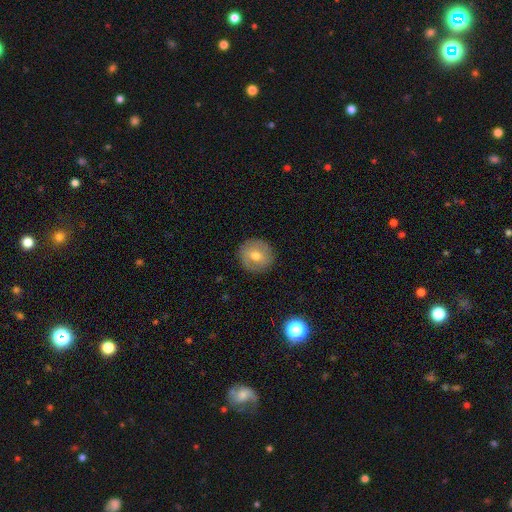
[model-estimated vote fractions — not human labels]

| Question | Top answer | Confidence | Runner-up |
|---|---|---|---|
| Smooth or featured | smooth | 65% | featured or disk (27%) |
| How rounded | round | 91% | in between (8%) |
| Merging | none | 89% | minor disturbance (8%) |